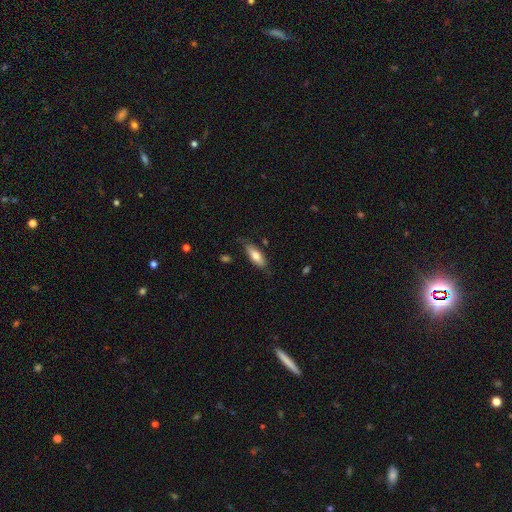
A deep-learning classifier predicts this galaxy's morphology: Smooth or featured? smooth (72%)
How rounded? in between (69%)
Merging? none (73%)